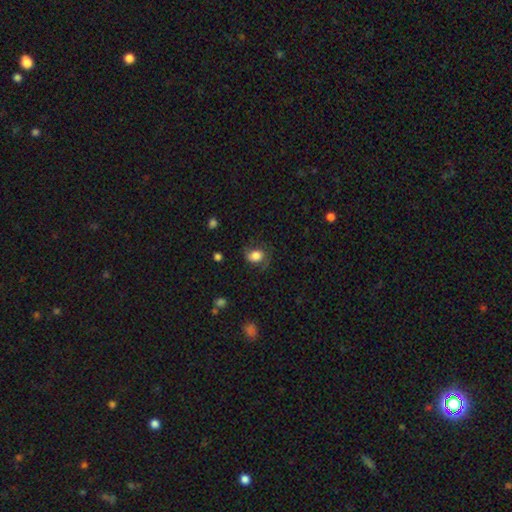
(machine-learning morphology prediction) This appears to be a smooth galaxy with no disk features (71%) that is in between round and cigar-shaped (53%). Merging: none (60%).